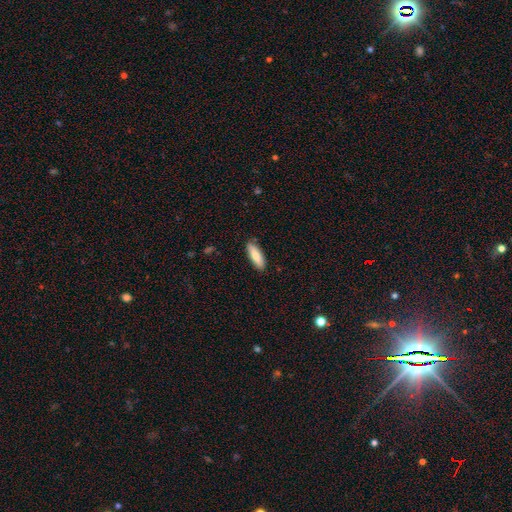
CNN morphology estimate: Smooth or featured?
  - smooth: 81% *
  - featured or disk: 13%
  - star or artifact: 6%
How rounded?
  - in between: 57% *
  - cigar-shaped: 41%
  - round: 2%
Merging?
  - none: 87% *
  - minor disturbance: 10%
  - major disturbance: 2%
  - merger: 1%